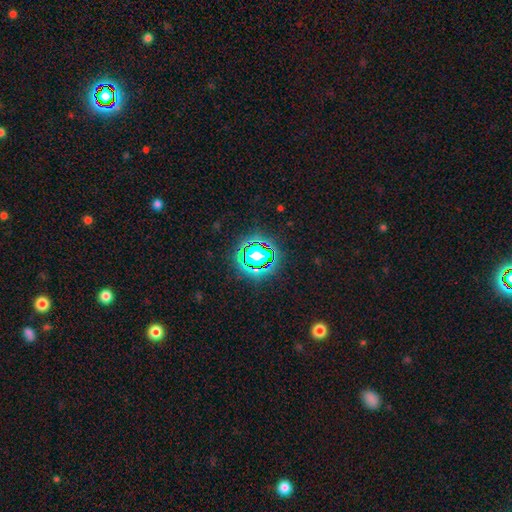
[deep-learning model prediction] Morphology: type=star or artifact (63%).